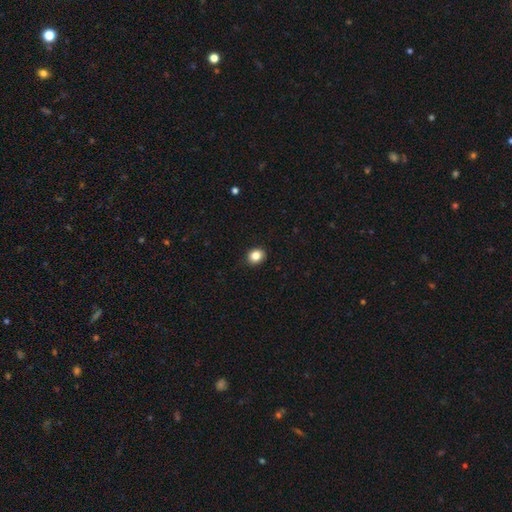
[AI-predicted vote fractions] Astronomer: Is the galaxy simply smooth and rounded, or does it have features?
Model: smooth — 84%.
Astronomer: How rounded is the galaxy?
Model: round — 66%.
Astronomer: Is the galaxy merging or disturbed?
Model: none — 90%.